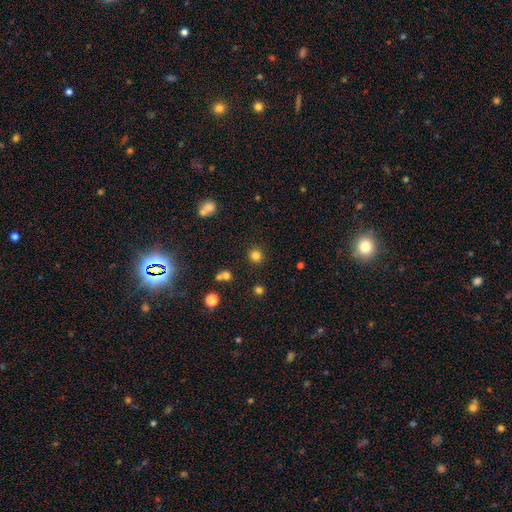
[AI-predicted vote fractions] Q: Smooth or featured?
A: smooth (81%); runner-up: star or artifact (14%)
Q: How rounded?
A: round (93%); runner-up: in between (6%)
Q: Merging?
A: none (89%); runner-up: minor disturbance (6%)